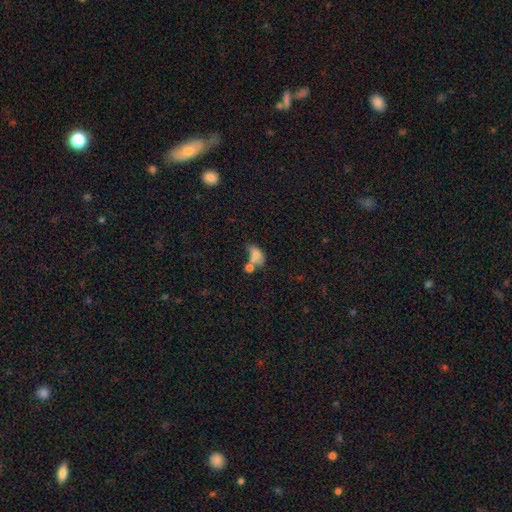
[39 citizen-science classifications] Smooth or featured: smooth — 74% (featured or disk — 18%)
How rounded: in between — 72% (round — 24%)
Merging: merger — 44% (major disturbance — 31%)